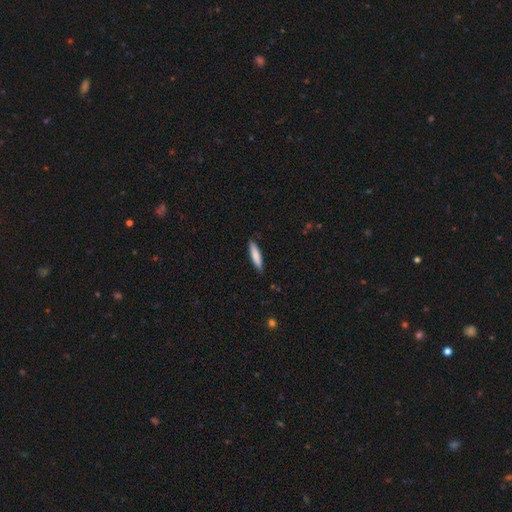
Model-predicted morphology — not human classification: A smooth galaxy with no disk features (81%) that is cigar-shaped (82%).

Vote fractions:
- Smooth or featured? smooth: 81% / featured or disk: 14% / star or artifact: 5%
- How rounded? cigar-shaped: 82% / in between: 17% / round: 1%
- Merging? none: 87% / minor disturbance: 10% / major disturbance: 2% / merger: 1%